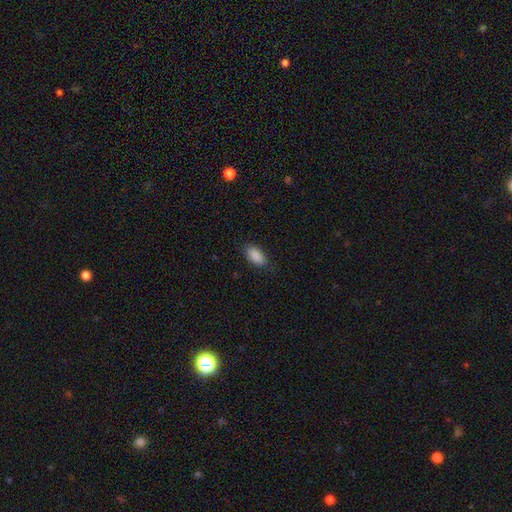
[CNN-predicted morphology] The model was most divided on "merging": none: 82%, minor disturbance: 14%, major disturbance: 3%, merger: 1%. More confident: how rounded — in between (92%); smooth or featured — smooth (90%).